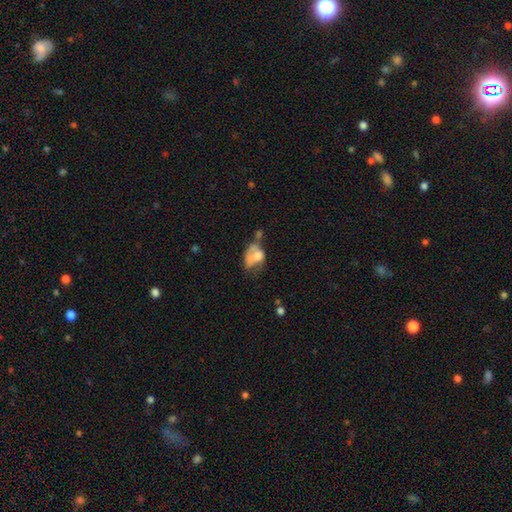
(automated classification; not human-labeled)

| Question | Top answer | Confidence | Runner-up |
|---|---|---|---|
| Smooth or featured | smooth | 56% | featured or disk (34%) |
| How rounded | in between | 76% | round (23%) |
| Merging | merger | 31% | tied: major disturbance (31%) |